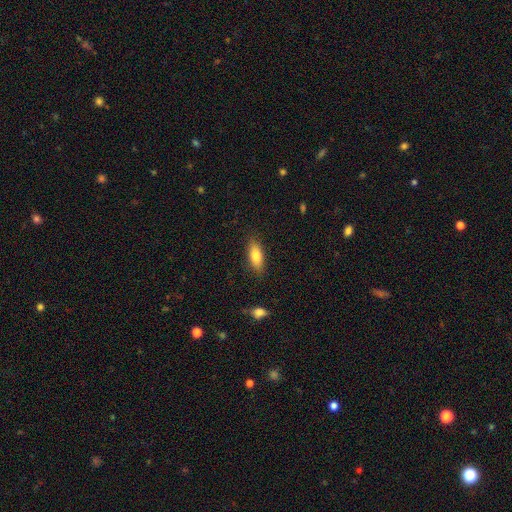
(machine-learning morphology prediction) Q: Smooth or featured?
A: smooth (80%); runner-up: featured or disk (13%)
Q: How rounded?
A: in between (74%); runner-up: cigar-shaped (24%)
Q: Merging?
A: none (84%); runner-up: minor disturbance (12%)